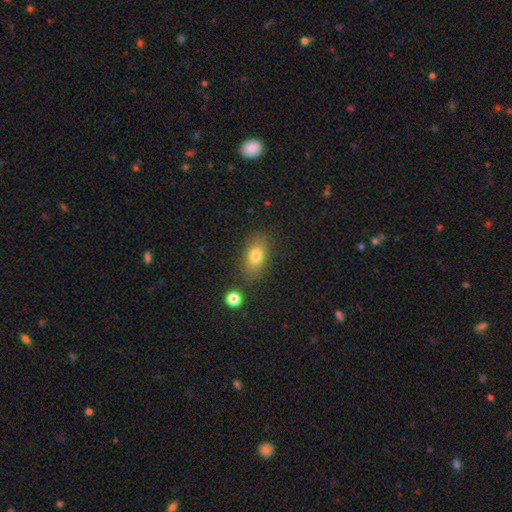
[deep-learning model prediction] Q: Smooth or featured?
A: smooth (79%); runner-up: featured or disk (12%)
Q: How rounded?
A: in between (84%); runner-up: round (11%)
Q: Merging?
A: none (81%); runner-up: minor disturbance (12%)